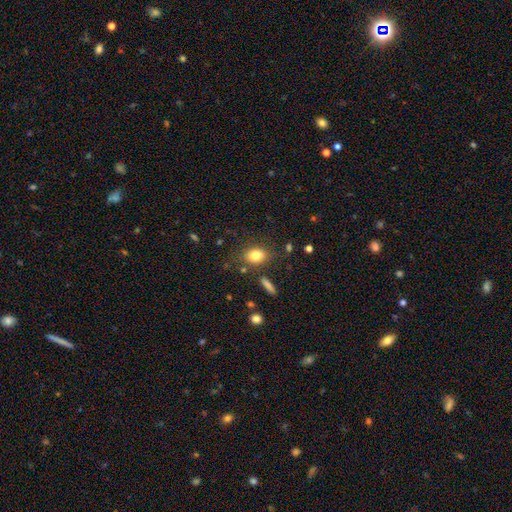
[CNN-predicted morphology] This is likely a smooth galaxy (80%). How rounded: likely in between (64%). Merging: likely none (79%).